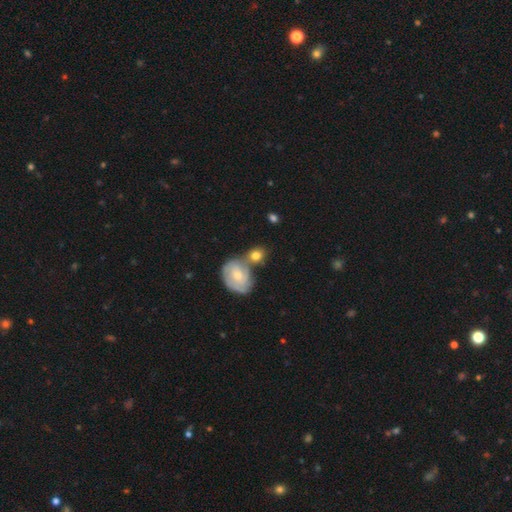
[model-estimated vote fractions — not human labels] A smooth galaxy with no disk features (65%) that is round (70%). Merging: none (45%).